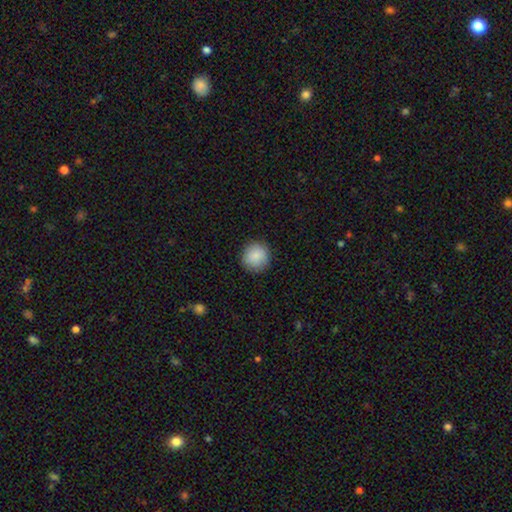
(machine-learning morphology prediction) smooth_or_featured: smooth (p=0.88) [alt: star or artifact p=0.08]
how_rounded: round (p=0.94) [alt: in between p=0.05]
merging: none (p=0.90) [alt: minor disturbance p=0.07]